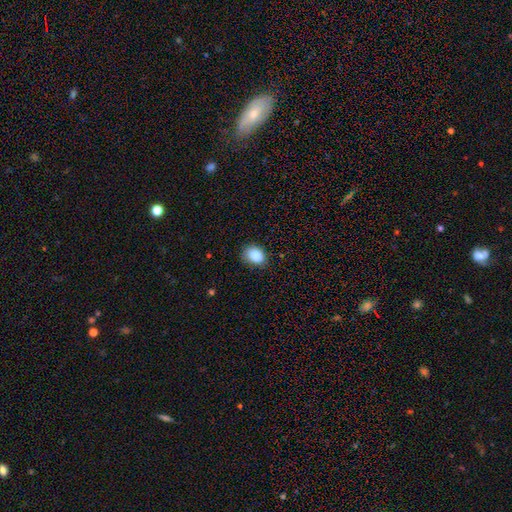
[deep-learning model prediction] smooth_or_featured: smooth (p=0.87) [alt: star or artifact p=0.09]
how_rounded: in between (p=0.70) [alt: round p=0.29]
merging: none (p=0.76) [alt: minor disturbance p=0.19]